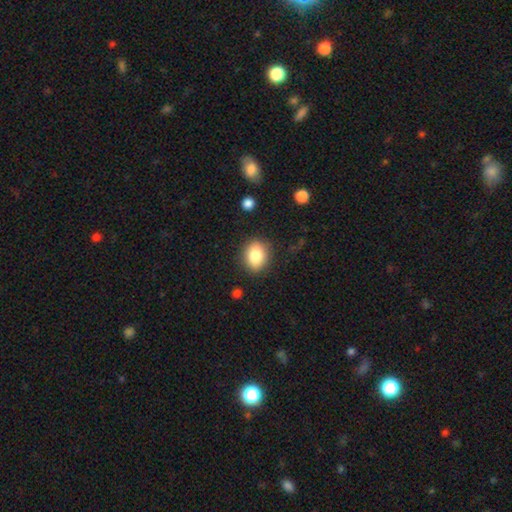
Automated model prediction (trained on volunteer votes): A smooth galaxy with no disk features (83%) that is in between round and cigar-shaped (59%).

Vote fractions:
- Smooth or featured? smooth: 83% / featured or disk: 9% / star or artifact: 9%
- How rounded? in between: 59% / round: 40% / cigar-shaped: 1%
- Merging? none: 85% / minor disturbance: 11% / major disturbance: 3% / merger: 1%